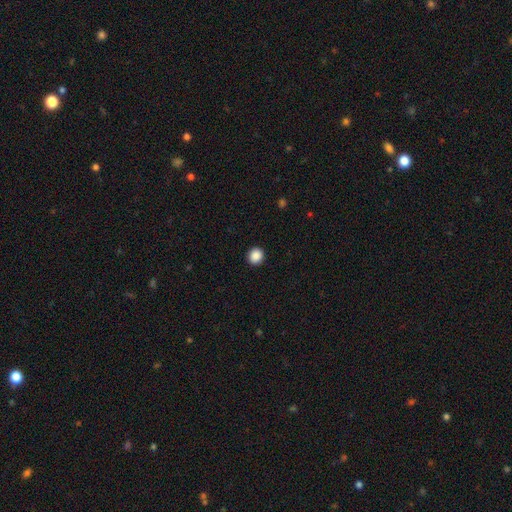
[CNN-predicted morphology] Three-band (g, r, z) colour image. It shows a smooth galaxy with no disk features (88%) that is round (92%). Merging: none (93%).